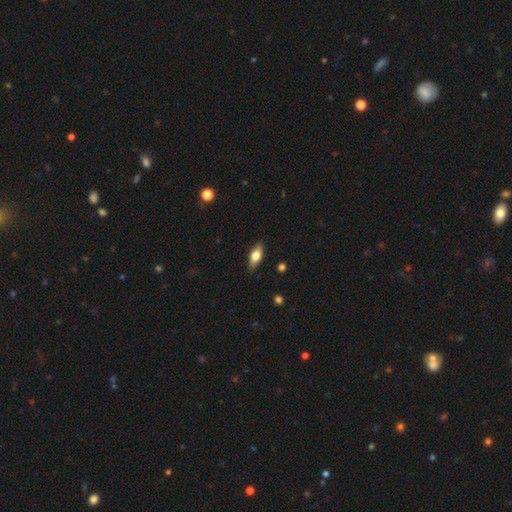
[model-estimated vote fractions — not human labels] Q: Smooth or featured?
A: smooth (61%); runner-up: featured or disk (32%)
Q: How rounded?
A: in between (74%); runner-up: cigar-shaped (22%)
Q: Merging?
A: none (86%); runner-up: minor disturbance (11%)